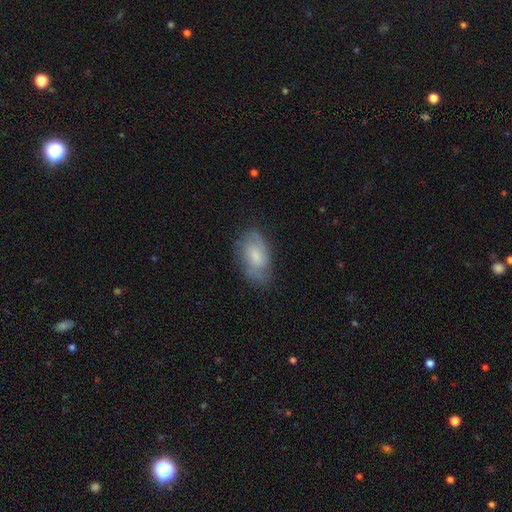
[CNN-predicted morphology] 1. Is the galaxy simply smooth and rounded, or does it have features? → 53% smooth, 40% featured or disk, 7% star or artifact.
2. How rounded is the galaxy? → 92% in between, 5% round, 3% cigar-shaped.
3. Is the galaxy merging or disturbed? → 68% none, 24% minor disturbance, 7% major disturbance, 1% merger.